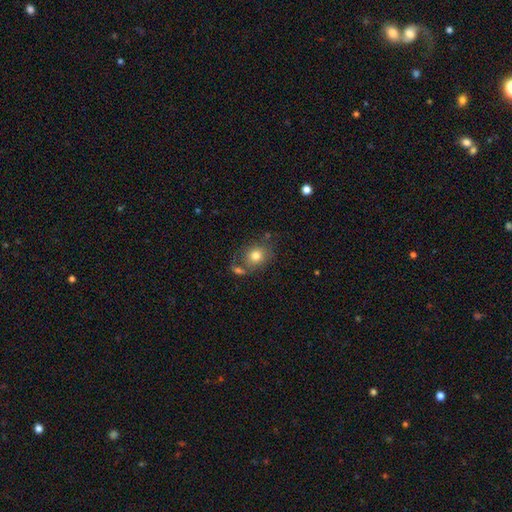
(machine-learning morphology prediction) This is likely a smooth galaxy (77%). How rounded: possibly round (58%). Merging: possibly none (56%).